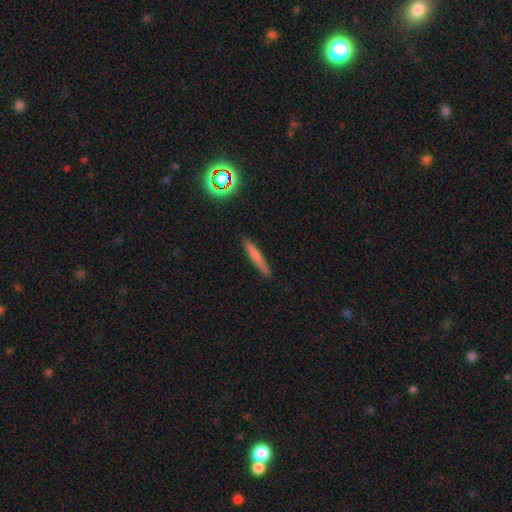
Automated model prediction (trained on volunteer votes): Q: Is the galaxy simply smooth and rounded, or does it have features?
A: smooth — 69%.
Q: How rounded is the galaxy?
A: cigar-shaped — 94%.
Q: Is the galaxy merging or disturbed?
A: none — 89%.